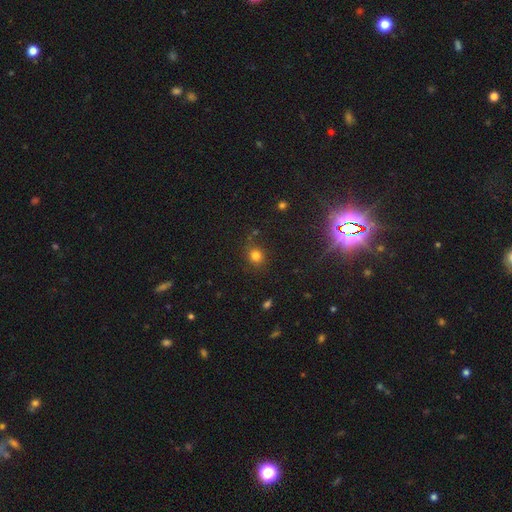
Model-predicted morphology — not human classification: The model was most divided on "smooth or featured": smooth: 76%, star or artifact: 17%, featured or disk: 6%. More confident: how rounded — round (80%); merging — none (79%).